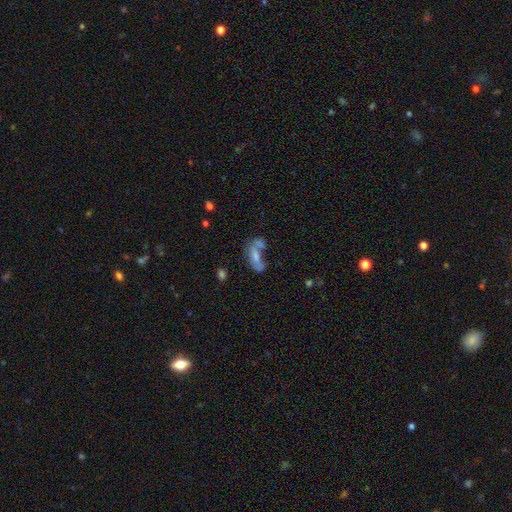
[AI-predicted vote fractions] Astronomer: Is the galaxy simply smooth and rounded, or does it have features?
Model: smooth — 61%.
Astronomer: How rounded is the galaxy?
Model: in between — 66%.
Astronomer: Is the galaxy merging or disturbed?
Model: merger — 45% (runner-up: none, 27%).